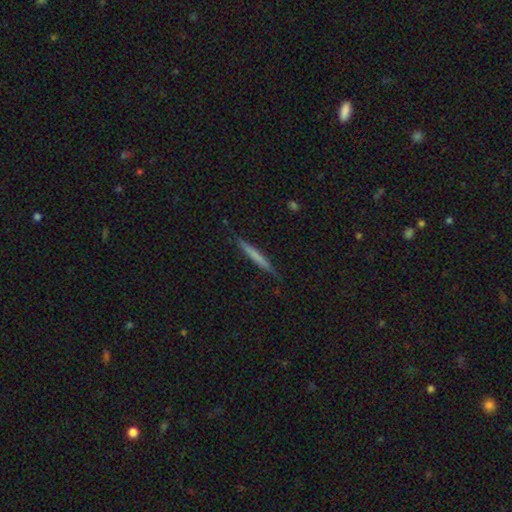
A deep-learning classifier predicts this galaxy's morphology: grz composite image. It shows a smooth galaxy with no disk features (61%) that is cigar-shaped (96%). Merging: none (87%).